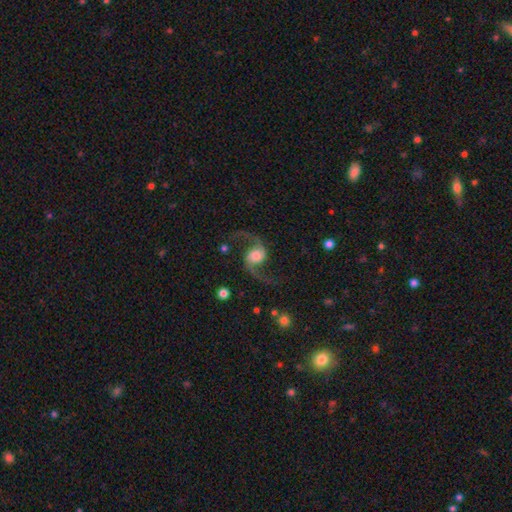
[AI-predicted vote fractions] Overall: featured or disk (90%). Edge-on disk: no (98%). Bar: no (59%; weak 31%). Spiral arms: yes (98%). Spiral arm count: 2 (95%). Spiral winding: loose (85%). Bulge size: large (42%; moderate 26%). Merging: none (78%).